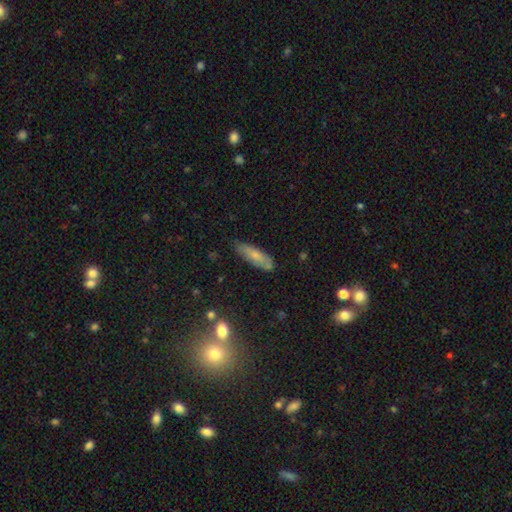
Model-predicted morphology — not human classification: Smooth or featured: smooth — 67% (featured or disk — 25%)
How rounded: cigar-shaped — 50% (in between — 48%)
Merging: none — 73% (minor disturbance — 20%)